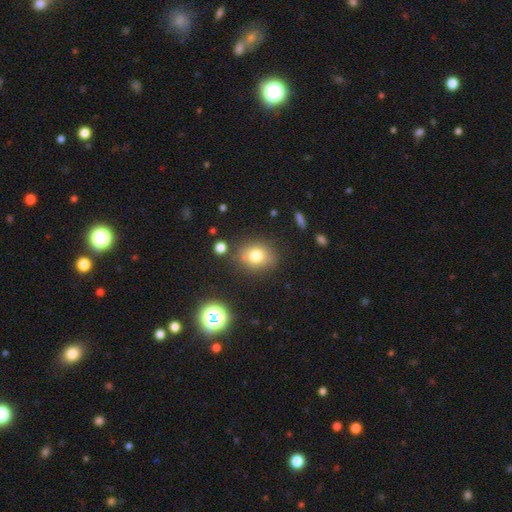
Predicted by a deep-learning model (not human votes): A smooth galaxy with no disk features (75%) that is round (55%).

Vote fractions:
- Smooth or featured? smooth: 75% / star or artifact: 13% / featured or disk: 12%
- How rounded? round: 55% / in between: 44% / cigar-shaped: 1%
- Merging? none: 78% / minor disturbance: 13% / merger: 4% / major disturbance: 4%